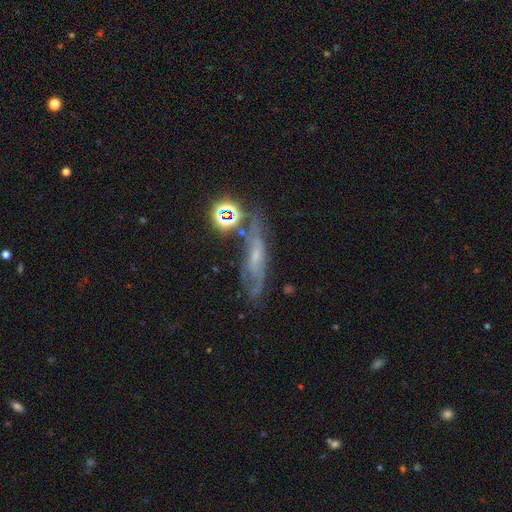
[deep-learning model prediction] Smooth or featured: featured or disk — 56% (star or artifact — 24%)
Edge-on disk: no — 60% (yes — 40%)
Merging: none — 56% (minor disturbance — 20%)